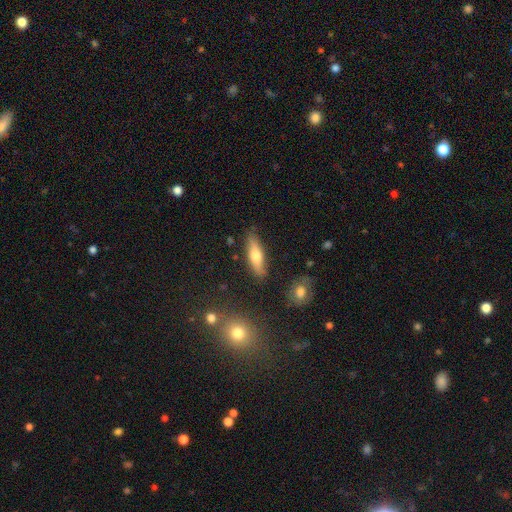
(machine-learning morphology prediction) Smooth or featured? Predicted: smooth (p=0.63). How rounded? Predicted: cigar-shaped (p=0.58). Merging? Predicted: none (p=0.84).